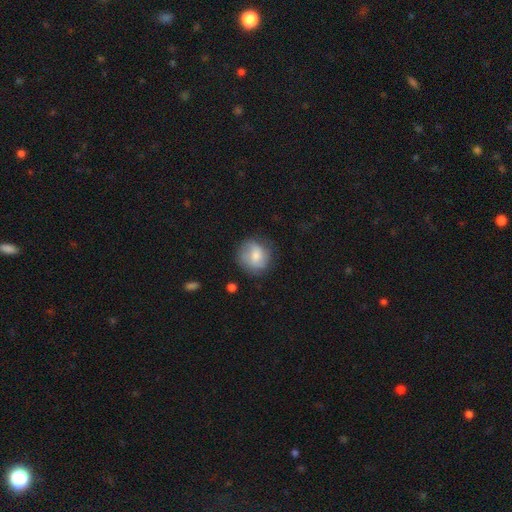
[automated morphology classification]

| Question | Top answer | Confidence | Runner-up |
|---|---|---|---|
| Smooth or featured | smooth | 63% | featured or disk (30%) |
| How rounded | round | 81% | in between (18%) |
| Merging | none | 68% | minor disturbance (22%) |